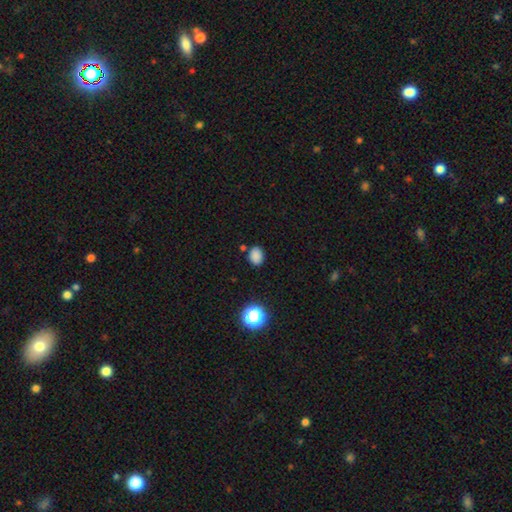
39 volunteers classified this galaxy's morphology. smooth 90%, star or artifact 10%, featured or disk 0%. Down the decision tree: how rounded — in between (66%); merging — none (86%).